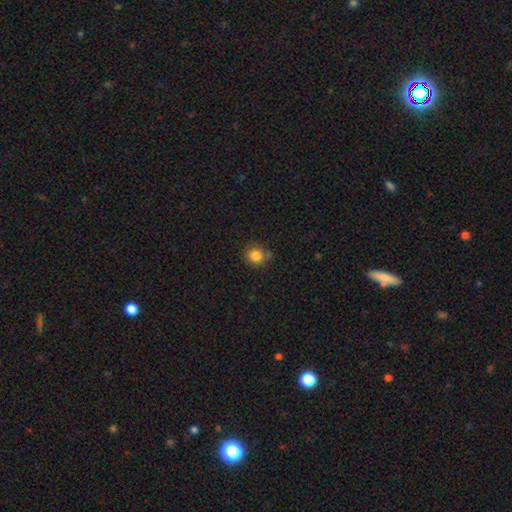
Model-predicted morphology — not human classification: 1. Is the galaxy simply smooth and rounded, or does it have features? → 83% smooth, 11% star or artifact, 6% featured or disk.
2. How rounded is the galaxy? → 90% round, 9% in between, 1% cigar-shaped.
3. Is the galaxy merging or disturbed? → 77% none, 16% minor disturbance, 4% merger, 4% major disturbance.